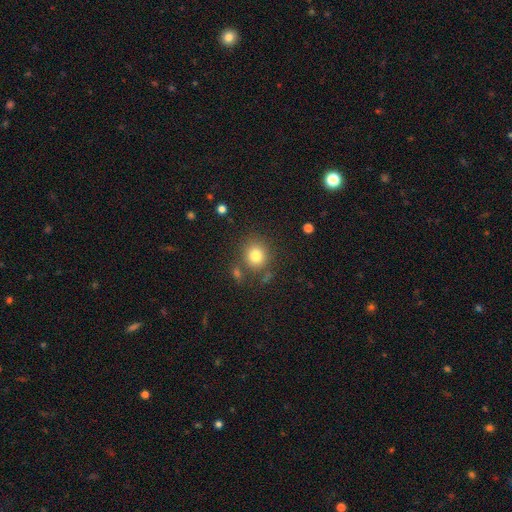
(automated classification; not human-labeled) This appears to be a smooth galaxy with no disk features (79%) that is round (85%). Merging: none (78%).